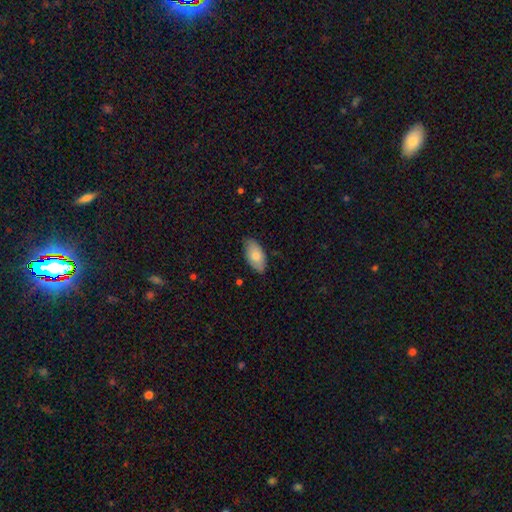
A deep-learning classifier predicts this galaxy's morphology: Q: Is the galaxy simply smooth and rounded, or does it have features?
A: smooth — 79%.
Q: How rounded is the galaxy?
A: in between — 94%.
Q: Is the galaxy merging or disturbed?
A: none — 81%.